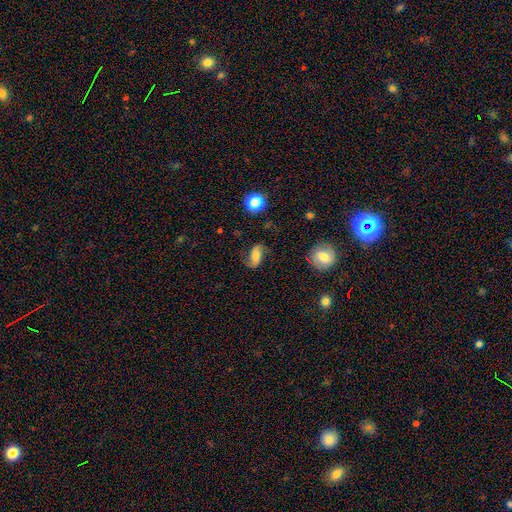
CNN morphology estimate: featured or disk 45%, smooth 44%, star or artifact 11%. Down the decision tree: merging — none (70%).